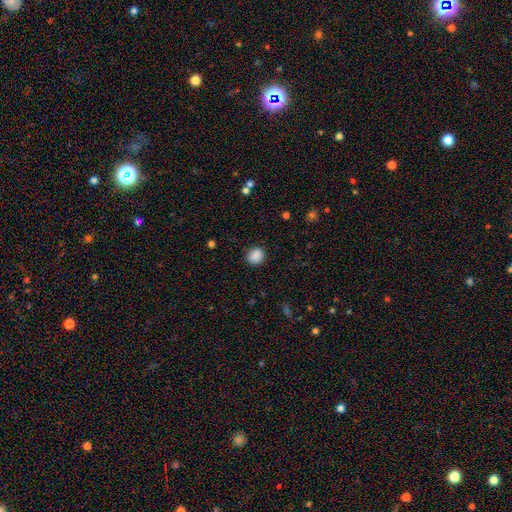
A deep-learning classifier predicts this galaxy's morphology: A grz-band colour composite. It shows a smooth galaxy with no disk features (88%) that is round (79%). Merging: none (88%).